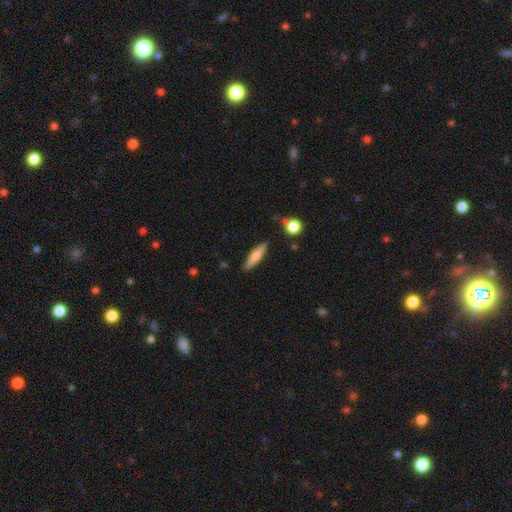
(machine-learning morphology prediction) Smooth or featured?
  - smooth: 57% *
  - featured or disk: 37%
  - star or artifact: 7%
How rounded?
  - cigar-shaped: 83% *
  - in between: 14%
  - round: 2%
Merging?
  - none: 87% *
  - minor disturbance: 9%
  - merger: 2%
  - major disturbance: 2%